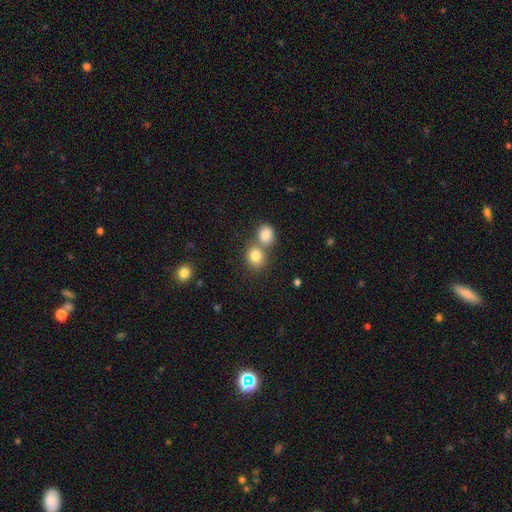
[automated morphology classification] A smooth galaxy with no disk features (82%) that is round (67%).

Vote fractions:
- Smooth or featured? smooth: 82% / star or artifact: 10% / featured or disk: 7%
- How rounded? round: 67% / in between: 32% / cigar-shaped: 1%
- Merging? none: 48% / merger: 42% / minor disturbance: 8% / major disturbance: 3%